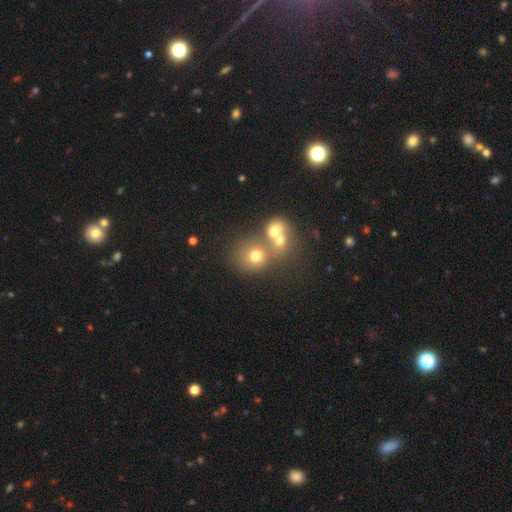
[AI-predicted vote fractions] A smooth galaxy with no disk features (63%) that is round (79%).

Vote fractions:
- Smooth or featured? smooth: 63% / featured or disk: 18% / star or artifact: 18%
- How rounded? round: 79% / in between: 20% / cigar-shaped: 1%
- Merging? merger: 48% / none: 40% / minor disturbance: 8% / major disturbance: 5%